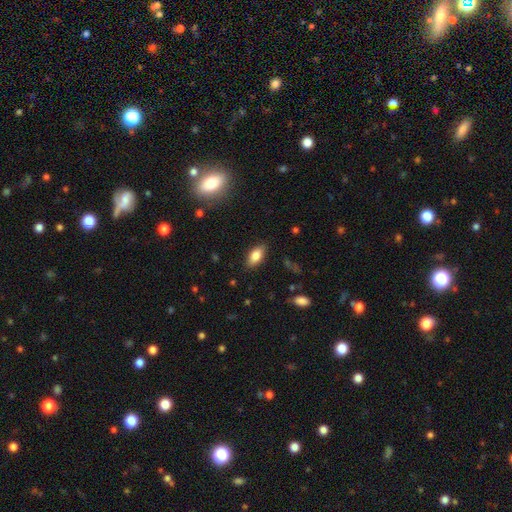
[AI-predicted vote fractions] smooth_or_featured: smooth (p=0.81) [alt: featured or disk p=0.11]
how_rounded: in between (p=0.88) [alt: cigar-shaped p=0.08]
merging: none (p=0.86) [alt: minor disturbance p=0.11]